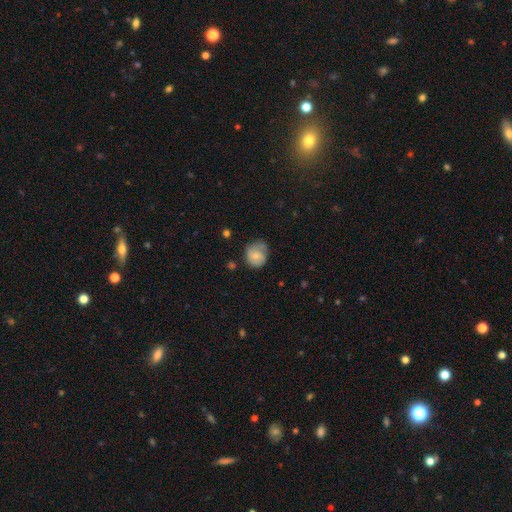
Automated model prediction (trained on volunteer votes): The model was most divided on "merging": none: 52%, minor disturbance: 33%, major disturbance: 12%, merger: 2%. More confident: how rounded — round (70%); smooth or featured — smooth (60%).